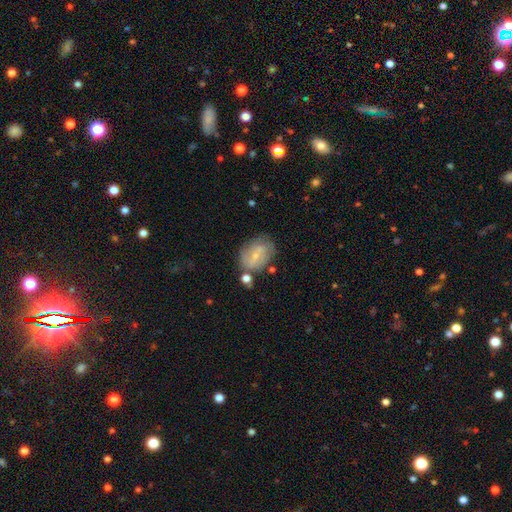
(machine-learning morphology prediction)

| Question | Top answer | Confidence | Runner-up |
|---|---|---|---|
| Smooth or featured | featured or disk | 48% | smooth (44%) |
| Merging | none | 60% | minor disturbance (22%) |